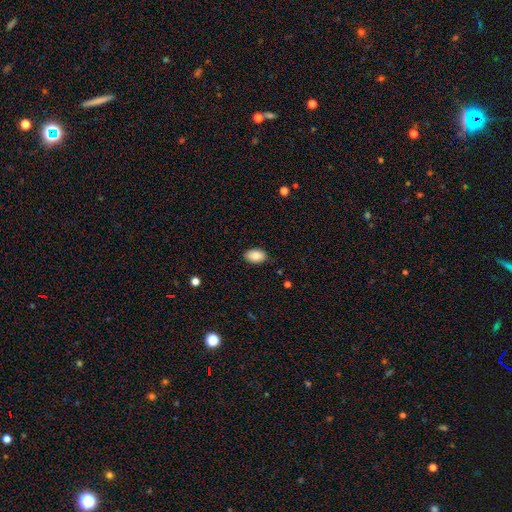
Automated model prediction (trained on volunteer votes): This is clearly a smooth galaxy (87%). How rounded: clearly in between (91%). Merging: clearly none (85%).